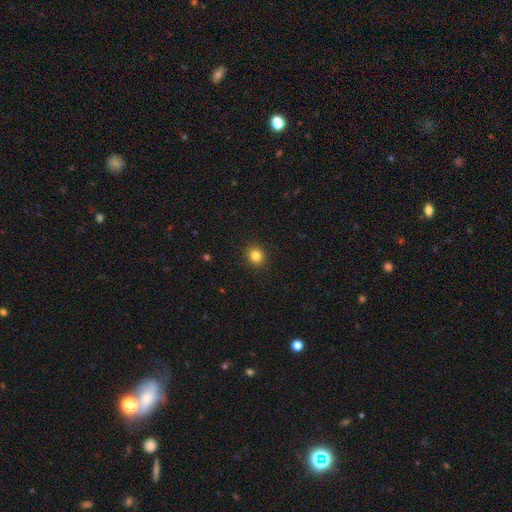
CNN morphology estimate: Smooth or featured?
  - smooth: 83% *
  - star or artifact: 12%
  - featured or disk: 5%
How rounded?
  - round: 80% *
  - in between: 19%
  - cigar-shaped: 1%
Merging?
  - none: 91% *
  - minor disturbance: 6%
  - major disturbance: 2%
  - merger: 1%